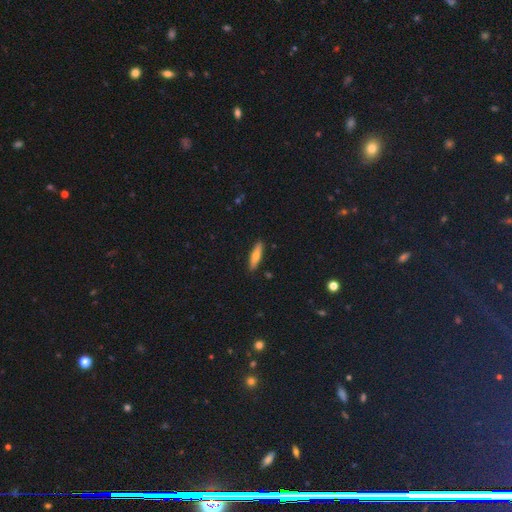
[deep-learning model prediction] A smooth galaxy with no disk features (67%) that is cigar-shaped (73%). Merging: none (89%).